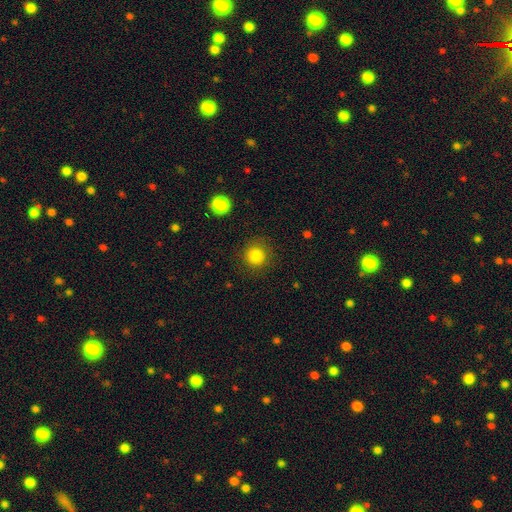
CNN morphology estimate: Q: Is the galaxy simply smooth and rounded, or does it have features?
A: smooth — 83%.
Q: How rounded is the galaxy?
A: round — 94%.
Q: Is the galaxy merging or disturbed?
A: none — 87%.